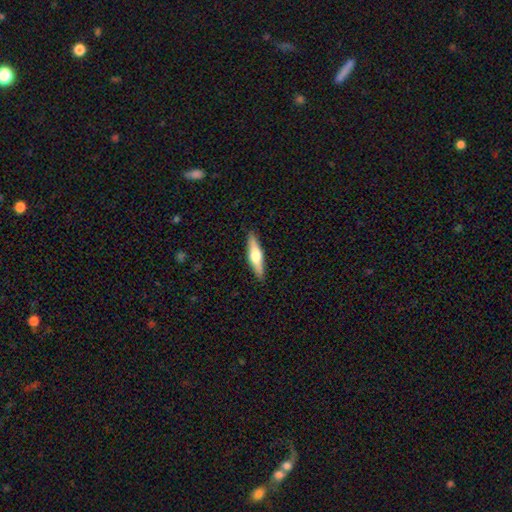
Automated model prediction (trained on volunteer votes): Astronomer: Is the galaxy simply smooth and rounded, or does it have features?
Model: featured or disk — 50% (runner-up: smooth, 45%).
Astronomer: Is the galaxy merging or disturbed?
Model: none — 90%.